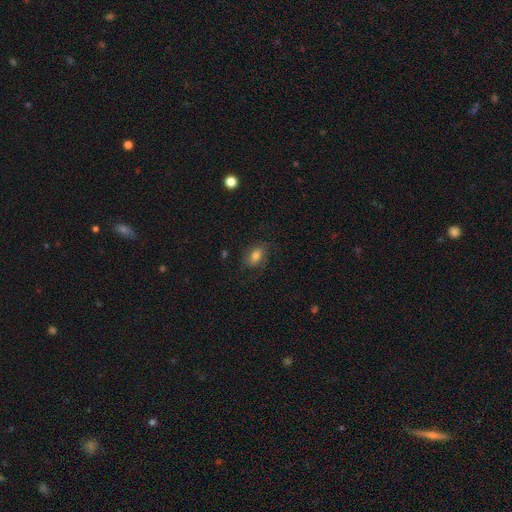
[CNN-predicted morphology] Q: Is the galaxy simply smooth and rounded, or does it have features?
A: smooth — 76%.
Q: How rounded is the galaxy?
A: in between — 85%.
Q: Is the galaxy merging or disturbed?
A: none — 73%.